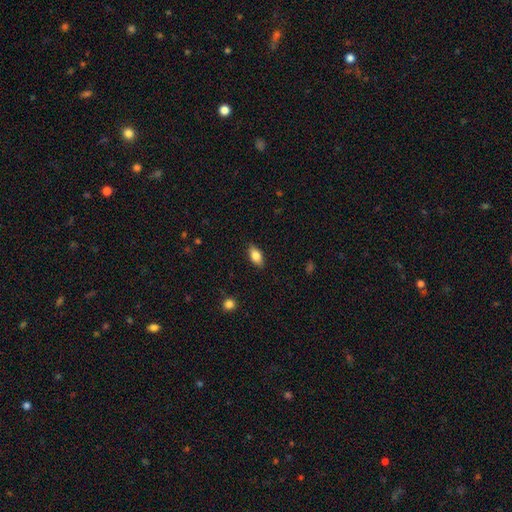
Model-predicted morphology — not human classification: Smooth or featured?
  - smooth: 80% *
  - featured or disk: 12%
  - star or artifact: 7%
How rounded?
  - in between: 88% *
  - cigar-shaped: 7%
  - round: 5%
Merging?
  - none: 87% *
  - minor disturbance: 10%
  - major disturbance: 2%
  - merger: 1%